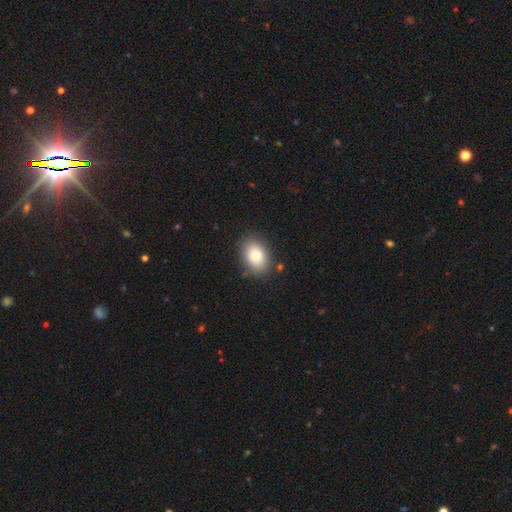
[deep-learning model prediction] The model was most divided on "how rounded": in between: 78%, round: 21%, cigar-shaped: 1%. More confident: merging — none (84%); smooth or featured — smooth (77%).